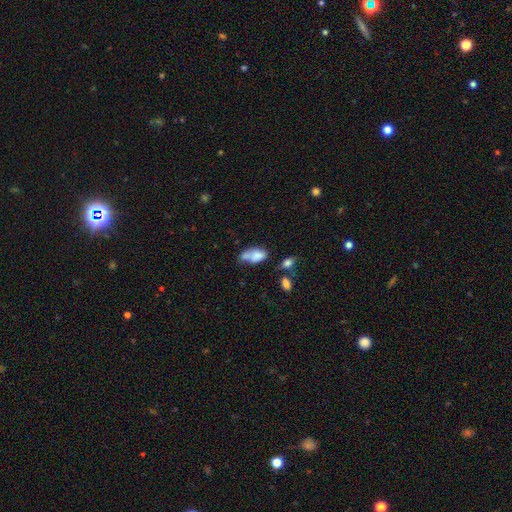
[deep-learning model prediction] Q: Smooth or featured?
A: smooth (70%); runner-up: featured or disk (20%)
Q: How rounded?
A: in between (87%); runner-up: round (8%)
Q: Merging?
A: merger (39%); runner-up: none (27%)